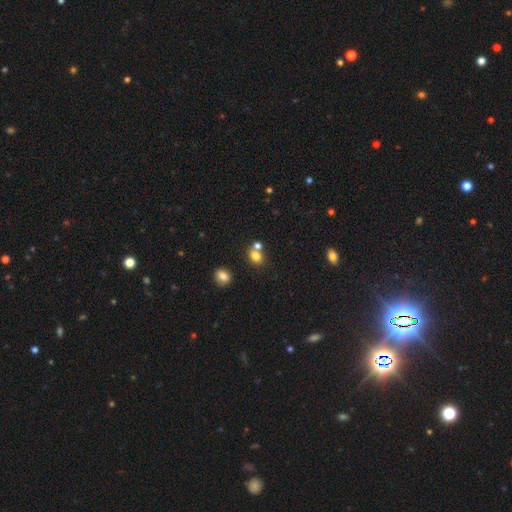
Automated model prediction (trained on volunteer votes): Morphology: type=smooth (78%); roundness=round (62%); merging=none (50%).